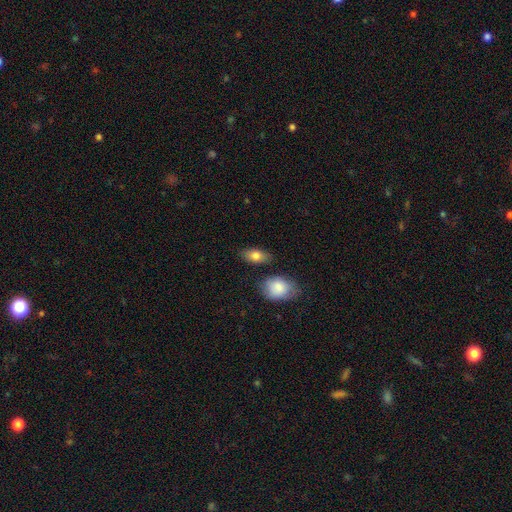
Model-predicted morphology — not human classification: smooth-or-featured: smooth: 81% | featured or disk: 12% | star or artifact: 7%
  how-rounded: in between: 89% | round: 6% | cigar-shaped: 5%
  merging: none: 79% | minor disturbance: 12% | merger: 6% | major disturbance: 3%